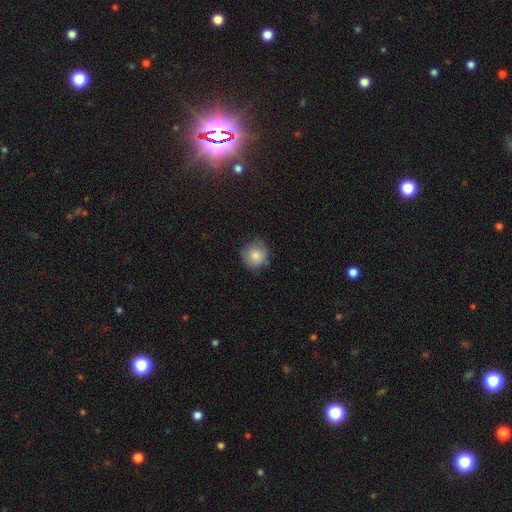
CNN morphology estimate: smooth-or-featured: smooth: 81% | featured or disk: 10% | star or artifact: 9%
  how-rounded: round: 90% | in between: 9% | cigar-shaped: 1%
  merging: none: 72% | minor disturbance: 22% | major disturbance: 4% | merger: 1%